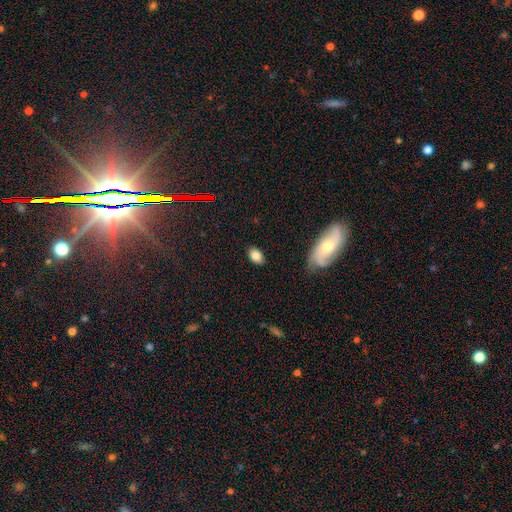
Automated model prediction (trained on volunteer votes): smooth-or-featured: smooth: 83% | star or artifact: 9% | featured or disk: 8%
  how-rounded: in between: 87% | round: 12% | cigar-shaped: 1%
  merging: none: 86% | minor disturbance: 10% | major disturbance: 2% | merger: 1%